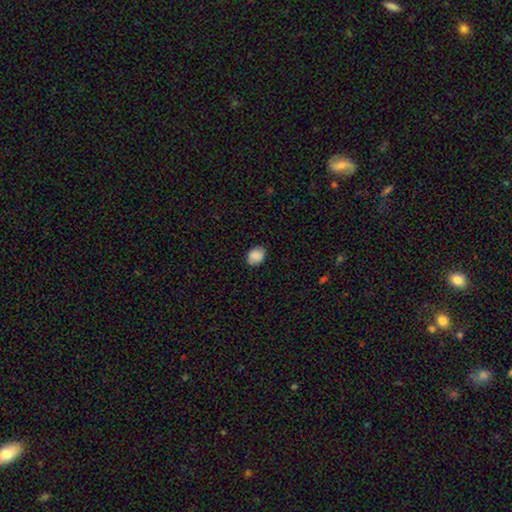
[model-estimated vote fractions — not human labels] The model was most divided on "how rounded": in between: 57%, round: 42%, cigar-shaped: 1%. More confident: smooth or featured — smooth (87%); merging — none (83%).